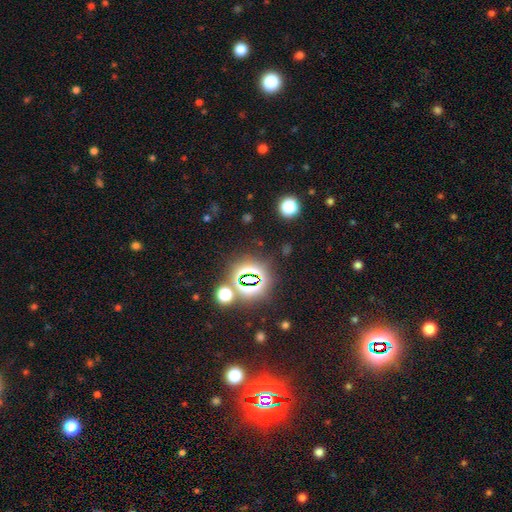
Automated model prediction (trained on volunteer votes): This is likely a star or artifact rather than a galaxy (77%).